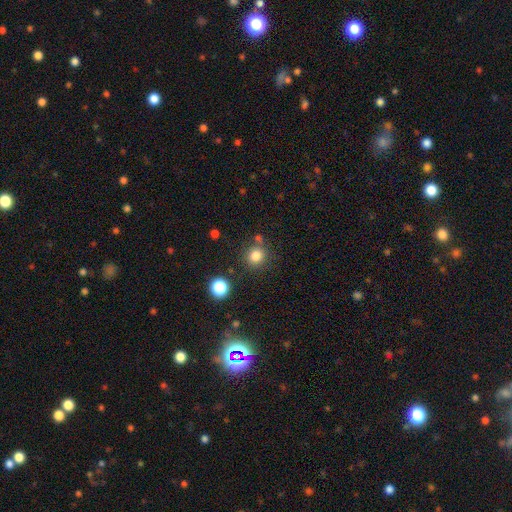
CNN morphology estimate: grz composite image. It shows a smooth galaxy with no disk features (81%) that is round (88%). Merging: none (77%).